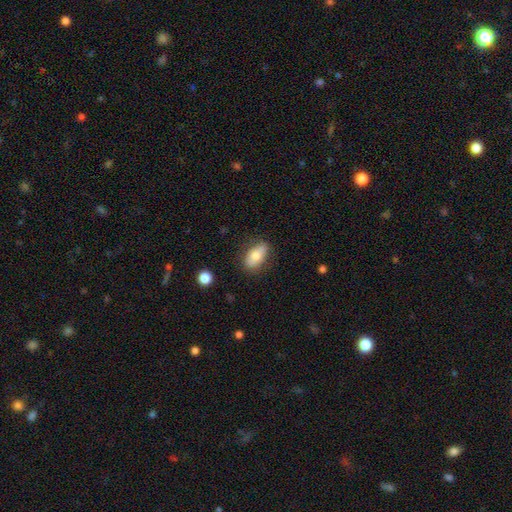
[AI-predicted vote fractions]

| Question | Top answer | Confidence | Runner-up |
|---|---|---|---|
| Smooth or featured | smooth | 74% | featured or disk (19%) |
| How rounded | in between | 90% | round (6%) |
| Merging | none | 78% | minor disturbance (16%) |